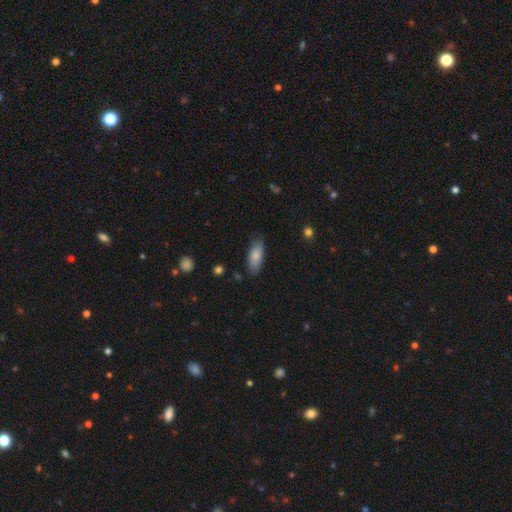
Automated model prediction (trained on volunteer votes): This appears to be a smooth galaxy with no disk features (82%) that is in between round and cigar-shaped (78%). Merging: none (79%).